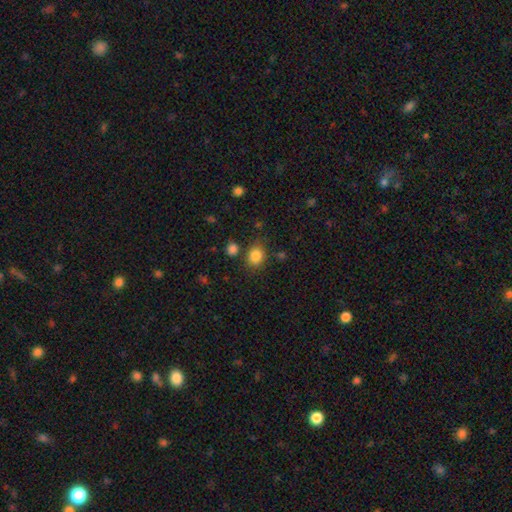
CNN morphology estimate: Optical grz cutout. It shows a smooth galaxy with no disk features (84%) that is round (62%). Merging: none (77%).